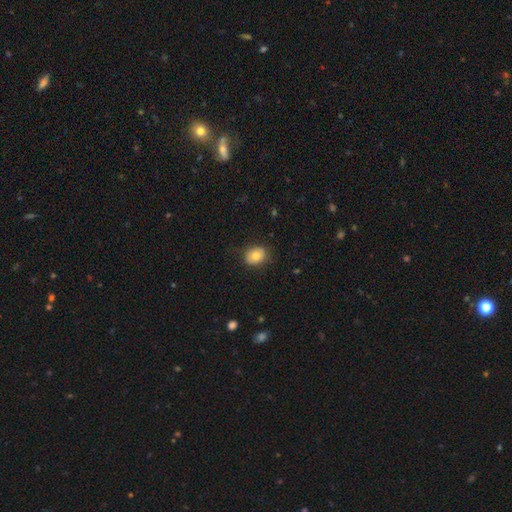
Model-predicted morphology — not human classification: A smooth galaxy with no disk features (79%) that is round (53%).

Vote fractions:
- Smooth or featured? smooth: 79% / featured or disk: 12% / star or artifact: 9%
- How rounded? round: 53% / in between: 46% / cigar-shaped: 1%
- Merging? none: 83% / minor disturbance: 13% / major disturbance: 3% / merger: 1%